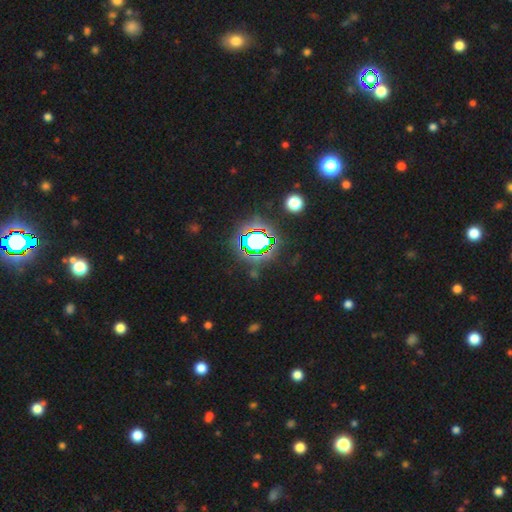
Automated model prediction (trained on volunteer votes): Q: Smooth or featured?
A: star or artifact (78%); runner-up: smooth (13%)